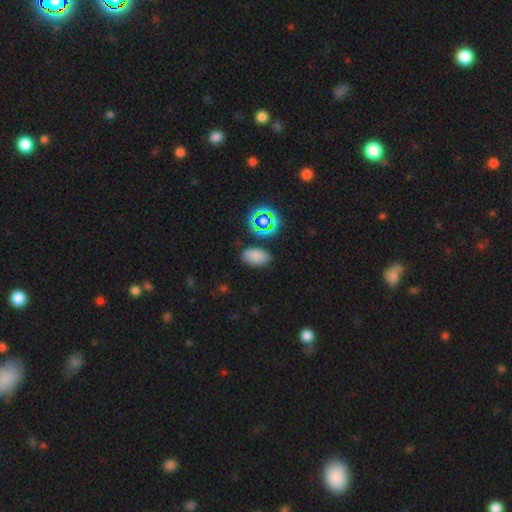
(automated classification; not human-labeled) Smooth or featured: smooth — 71% (star or artifact — 20%)
How rounded: in between — 89% (round — 10%)
Merging: none — 77% (minor disturbance — 15%)